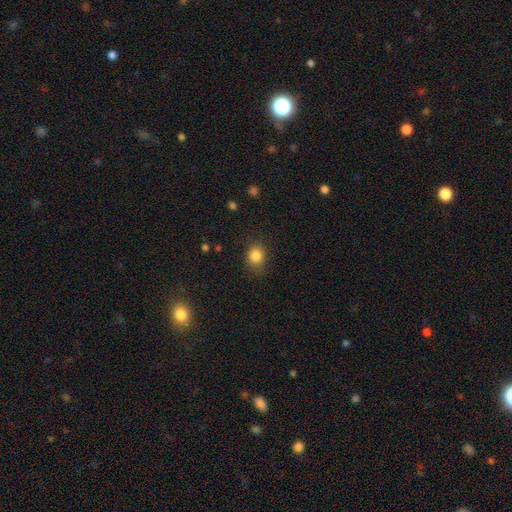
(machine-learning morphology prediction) Smooth or featured? smooth (84%)
How rounded? round (72%)
Merging? none (79%)